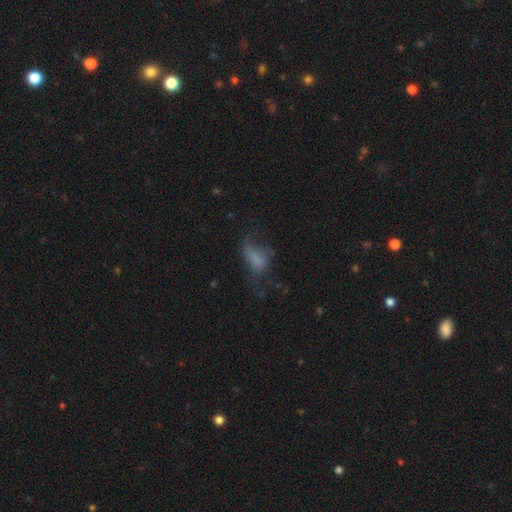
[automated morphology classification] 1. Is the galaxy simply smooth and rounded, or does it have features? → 55% smooth, 27% featured or disk, 18% star or artifact.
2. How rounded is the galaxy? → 79% in between, 13% cigar-shaped, 8% round.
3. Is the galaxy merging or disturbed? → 40% major disturbance, 33% none, 24% minor disturbance, 3% merger.